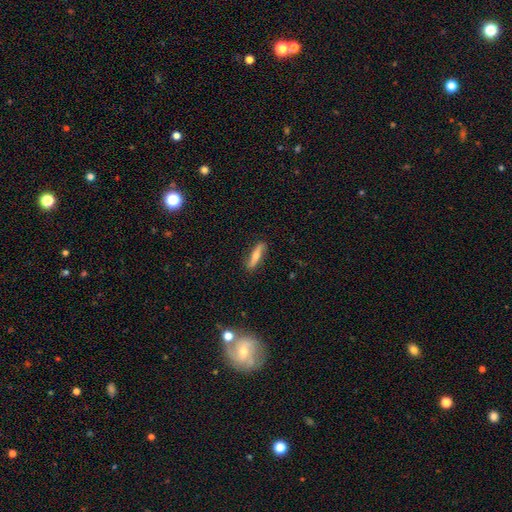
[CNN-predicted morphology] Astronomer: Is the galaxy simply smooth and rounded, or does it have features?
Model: smooth — 49% (runner-up: featured or disk, 43%).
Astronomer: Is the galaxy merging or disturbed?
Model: none — 85%.